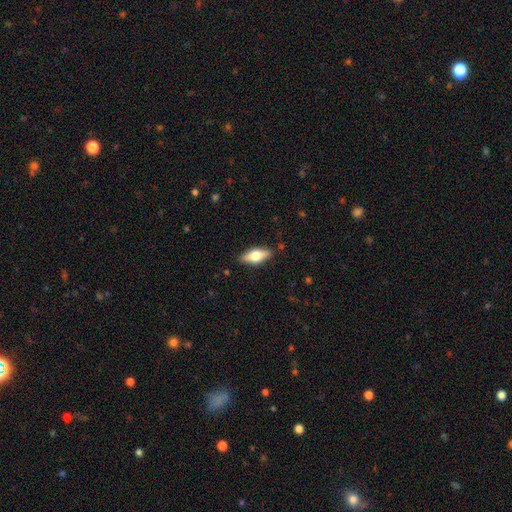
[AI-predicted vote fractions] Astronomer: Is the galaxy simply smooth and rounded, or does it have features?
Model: smooth — 56% (runner-up: featured or disk, 38%).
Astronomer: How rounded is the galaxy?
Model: in between — 72%.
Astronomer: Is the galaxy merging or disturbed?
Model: none — 86%.